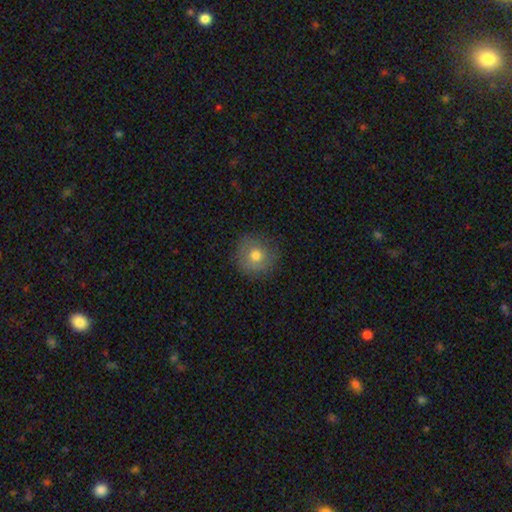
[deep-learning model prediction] This is likely a smooth galaxy (71%). How rounded: clearly round (92%). Merging: clearly none (82%).